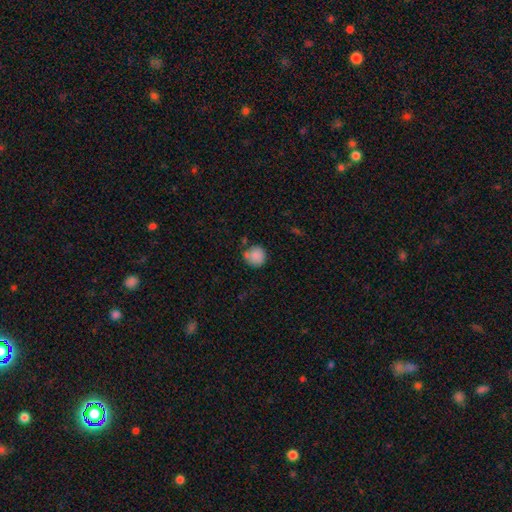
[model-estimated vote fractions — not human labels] A smooth galaxy with no disk features (85%) that is round (90%). Merging: none (64%).